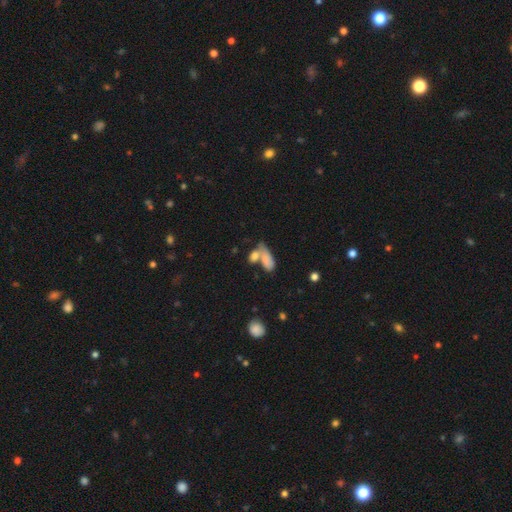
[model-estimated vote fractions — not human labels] This appears to be a smooth galaxy with no disk features (77%) that is in between round and cigar-shaped (79%). Merging: merger (50%).